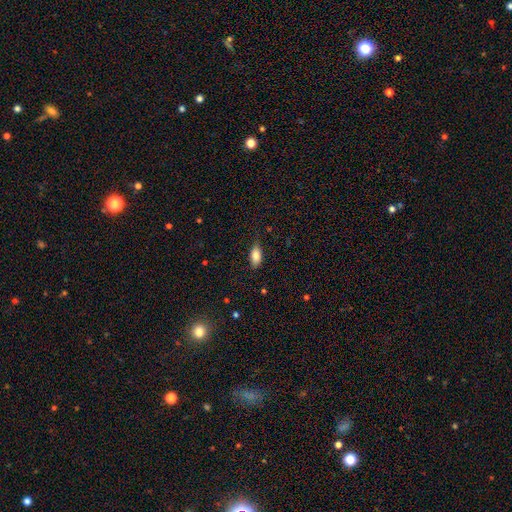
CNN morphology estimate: Smooth or featured? Predicted: smooth (p=0.85). How rounded? Predicted: in between (p=0.90). Merging? Predicted: none (p=0.78).